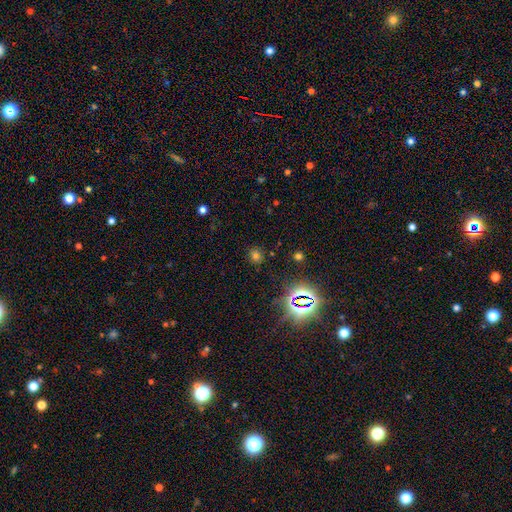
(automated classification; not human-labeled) The model was most divided on "smooth or featured": smooth: 58%, star or artifact: 34%, featured or disk: 8%. More confident: merging — none (85%); how rounded — round (81%).